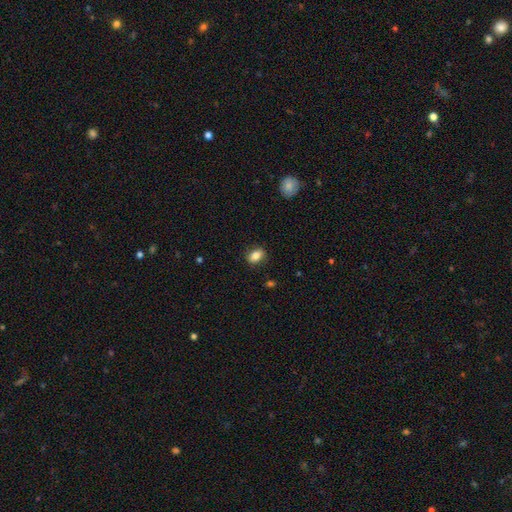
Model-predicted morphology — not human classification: type=smooth (82%); roundness=in between (75%); merging=none (84%).